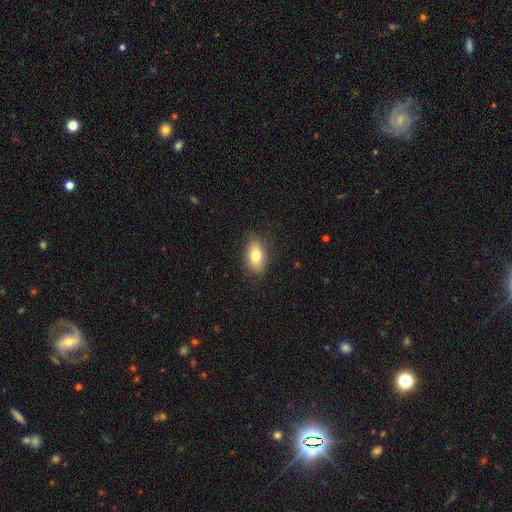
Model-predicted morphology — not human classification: type=smooth (77%); roundness=in between (85%); merging=none (81%).